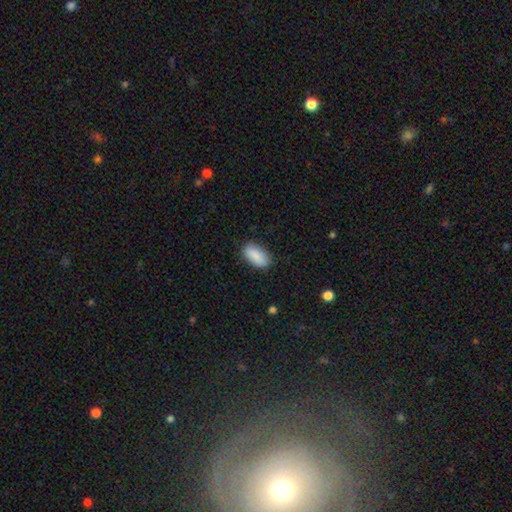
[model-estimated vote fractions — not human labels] The model was most divided on "merging": none: 83%, minor disturbance: 13%, major disturbance: 3%, merger: 1%. More confident: how rounded — in between (92%); smooth or featured — smooth (88%).